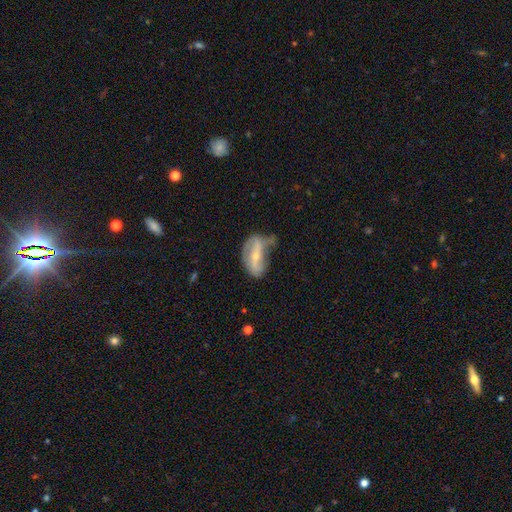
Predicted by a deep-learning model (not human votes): A featured or disk galaxy (69%) with a strong bar (46%), spiral arms (73%) and a small central bulge (60%).

Vote fractions:
- Smooth or featured? featured or disk: 69% / smooth: 24% / star or artifact: 7%
- Edge-on disk? no: 91% / yes: 9%
- Bar? strong: 46% / weak: 29% / no: 25%
- Spiral arms? yes: 73% / no: 27%
- Bulge size? small: 60% / moderate: 36% / none: 2% / large: 1% / dominant: 1%
- Merging? none: 41% / minor disturbance: 34% / major disturbance: 18% / merger: 6%